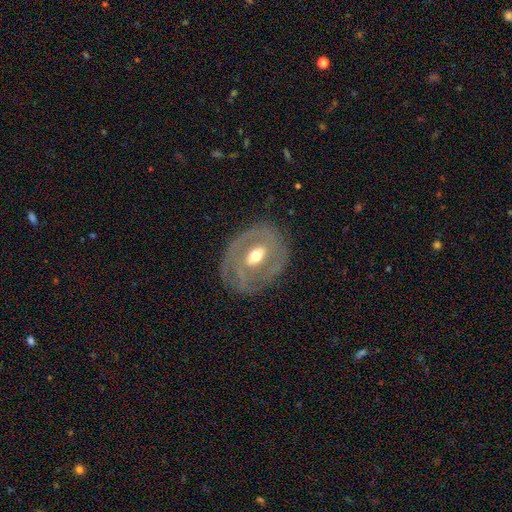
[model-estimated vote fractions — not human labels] Morphology: type=featured or disk (69%); edge-on=no (92%); bar=weak (39%); spiral arms=no (58%); bulge=moderate (71%); merging=none (72%).